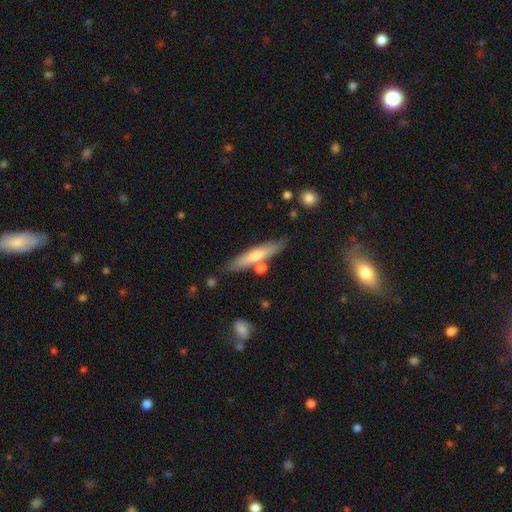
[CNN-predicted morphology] smooth 58%, featured or disk 36%, star or artifact 6%. Down the decision tree: how rounded — cigar-shaped (87%); merging — none (77%).